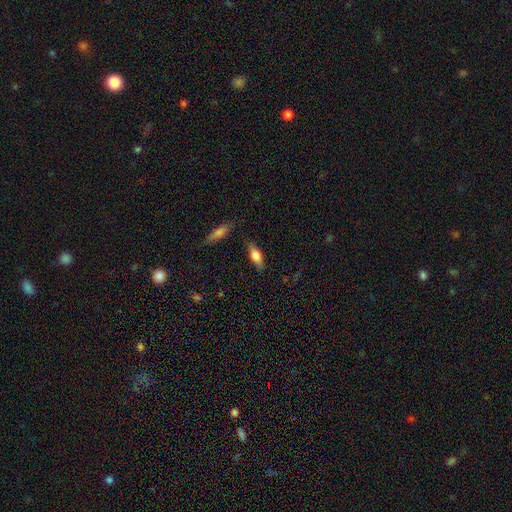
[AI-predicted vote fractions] Smooth or featured: smooth — 70% (featured or disk — 23%)
How rounded: in between — 67% (cigar-shaped — 31%)
Merging: none — 83% (minor disturbance — 12%)